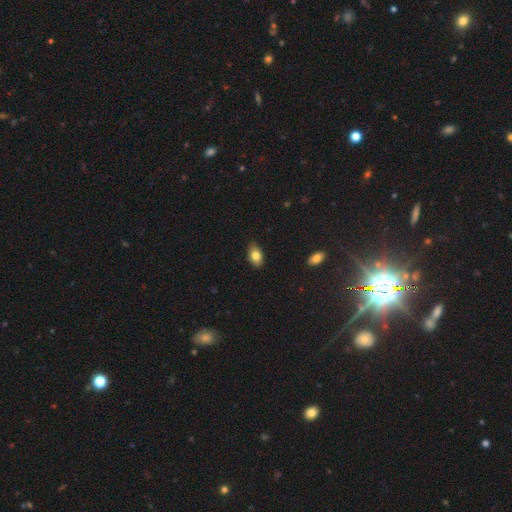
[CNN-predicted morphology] A smooth galaxy with no disk features (80%) that is in between round and cigar-shaped (90%).

Vote fractions:
- Smooth or featured? smooth: 80% / featured or disk: 12% / star or artifact: 8%
- How rounded? in between: 90% / round: 8% / cigar-shaped: 3%
- Merging? none: 84% / minor disturbance: 13% / major disturbance: 2% / merger: 1%